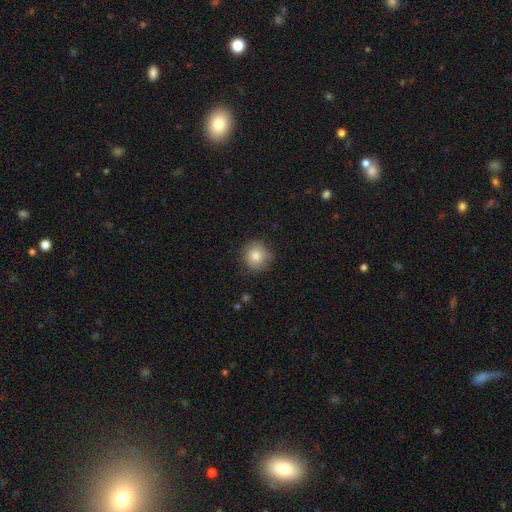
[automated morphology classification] Q: Smooth or featured?
A: smooth (82%); runner-up: featured or disk (9%)
Q: How rounded?
A: round (90%); runner-up: in between (9%)
Q: Merging?
A: none (82%); runner-up: minor disturbance (13%)